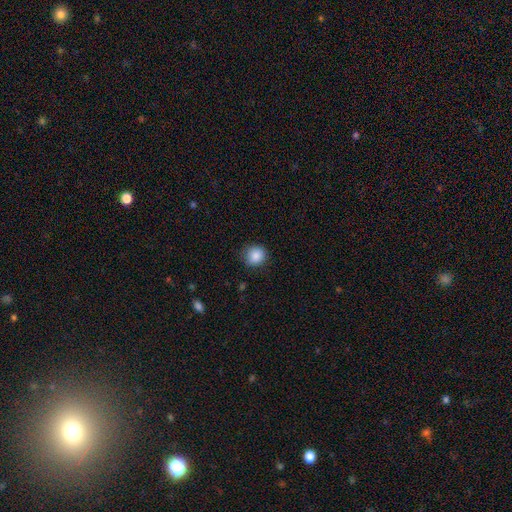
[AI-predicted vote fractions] smooth-or-featured: smooth: 87% | star or artifact: 9% | featured or disk: 4%
  how-rounded: round: 87% | in between: 12% | cigar-shaped: 1%
  merging: none: 86% | minor disturbance: 11% | major disturbance: 3% | merger: 1%